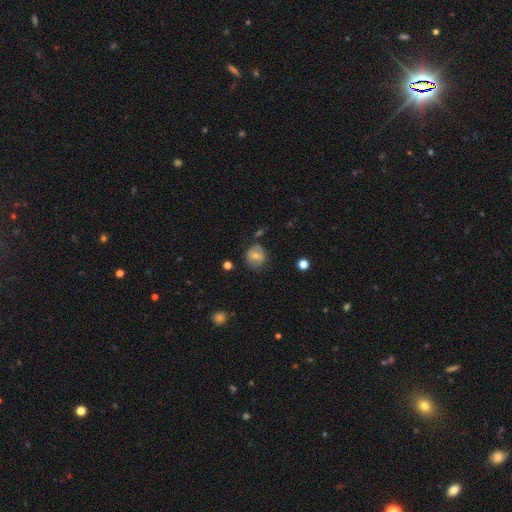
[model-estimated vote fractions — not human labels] smooth-or-featured: smooth: 56% | featured or disk: 34% | star or artifact: 10%
  how-rounded: round: 71% | in between: 28% | cigar-shaped: 1%
  merging: none: 68% | minor disturbance: 21% | major disturbance: 8% | merger: 4%